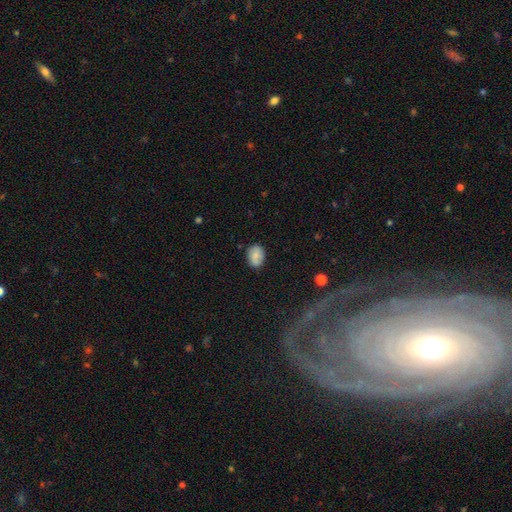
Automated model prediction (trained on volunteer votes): This is likely a smooth galaxy (75%). How rounded: likely in between (72%). Merging: likely none (79%).